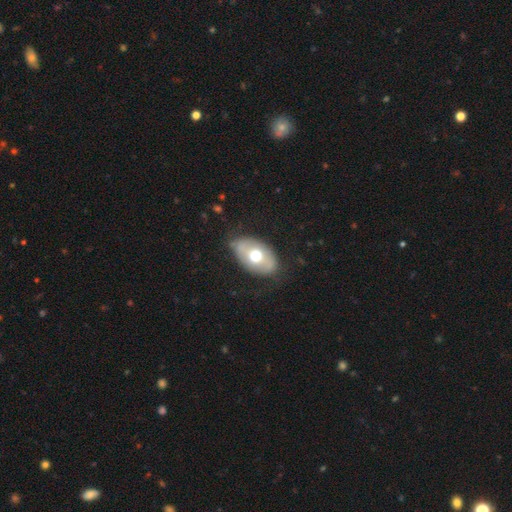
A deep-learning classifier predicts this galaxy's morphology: The model was most divided on "smooth or featured": smooth: 56%, featured or disk: 38%, star or artifact: 7%. More confident: how rounded — in between (88%); merging — none (76%).